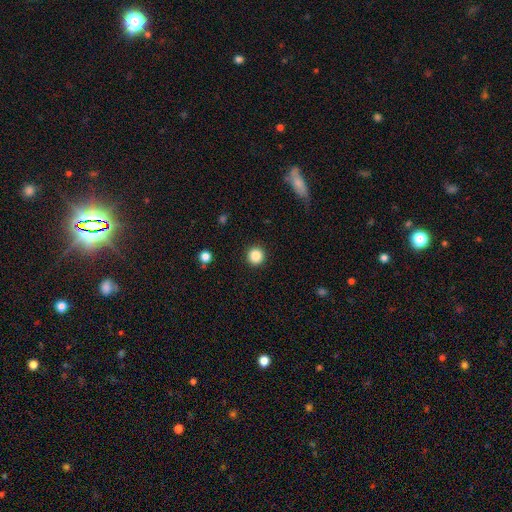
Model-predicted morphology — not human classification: smooth-or-featured: smooth: 86% | star or artifact: 11% | featured or disk: 3%
  how-rounded: round: 95% | in between: 4% | cigar-shaped: 1%
  merging: none: 92% | minor disturbance: 5% | major disturbance: 2% | merger: 1%